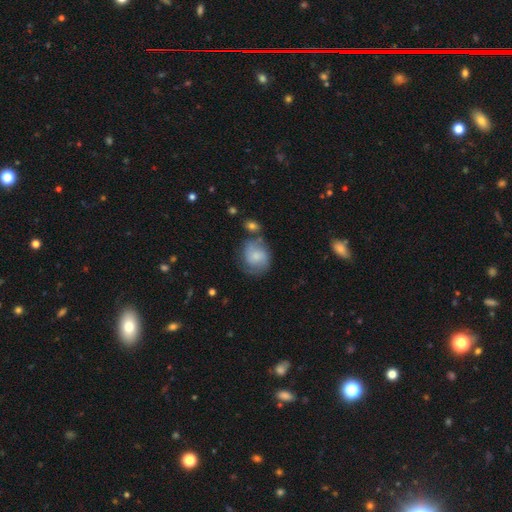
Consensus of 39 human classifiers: Smooth or featured: smooth — 67% (featured or disk — 31%)
How rounded: round — 88% (in between — 12%)
Merging: none — 58% (minor disturbance — 26%)